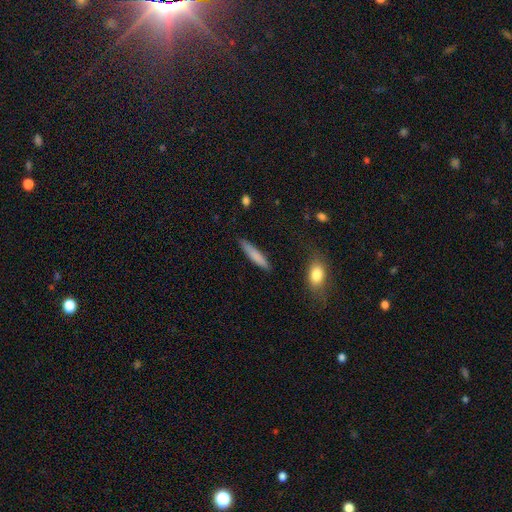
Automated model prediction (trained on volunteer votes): smooth 78%, featured or disk 16%, star or artifact 6%. Down the decision tree: how rounded — cigar-shaped (87%); merging — none (85%).